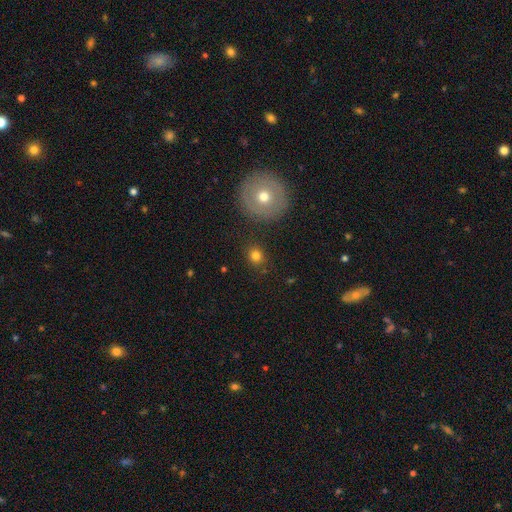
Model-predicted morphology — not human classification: smooth_or_featured: smooth (p=0.79) [alt: star or artifact p=0.13]
how_rounded: round (p=0.84) [alt: in between p=0.15]
merging: none (p=0.86) [alt: minor disturbance p=0.08]